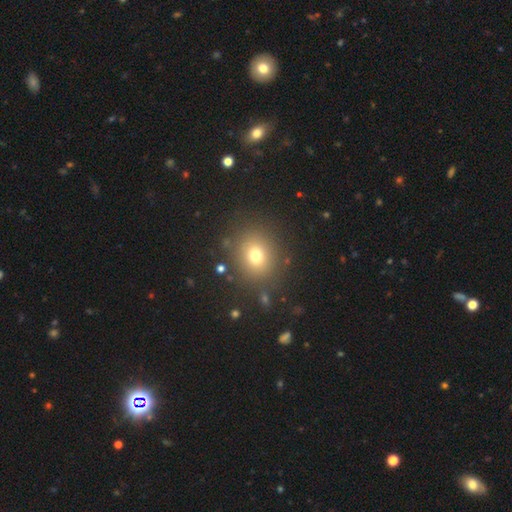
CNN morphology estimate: smooth 73%, star or artifact 16%, featured or disk 11%. Down the decision tree: how rounded — round (73%); merging — none (85%).